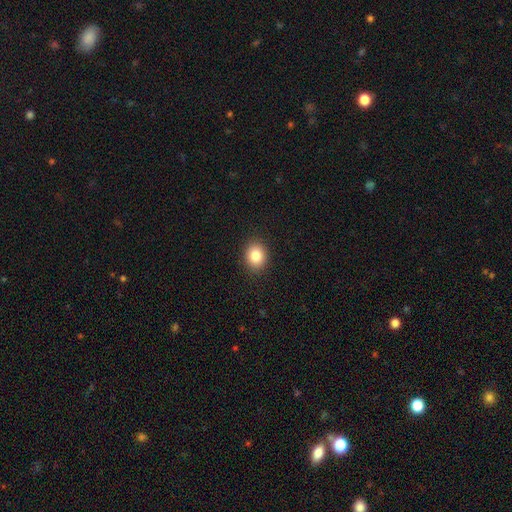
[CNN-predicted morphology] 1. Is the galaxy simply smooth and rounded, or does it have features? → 84% smooth, 10% star or artifact, 7% featured or disk.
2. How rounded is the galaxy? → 59% round, 40% in between, 1% cigar-shaped.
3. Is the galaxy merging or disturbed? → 91% none, 6% minor disturbance, 2% major disturbance, 1% merger.